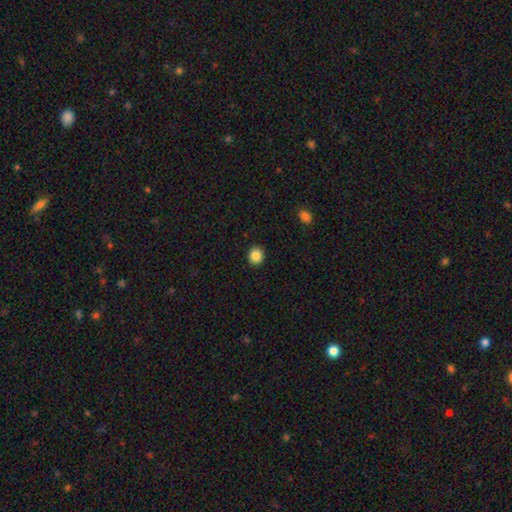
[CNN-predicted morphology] A smooth galaxy with no disk features (85%) that is round (80%).

Vote fractions:
- Smooth or featured? smooth: 85% / star or artifact: 10% / featured or disk: 5%
- How rounded? round: 80% / in between: 19% / cigar-shaped: 1%
- Merging? none: 92% / minor disturbance: 5% / major disturbance: 2% / merger: 1%